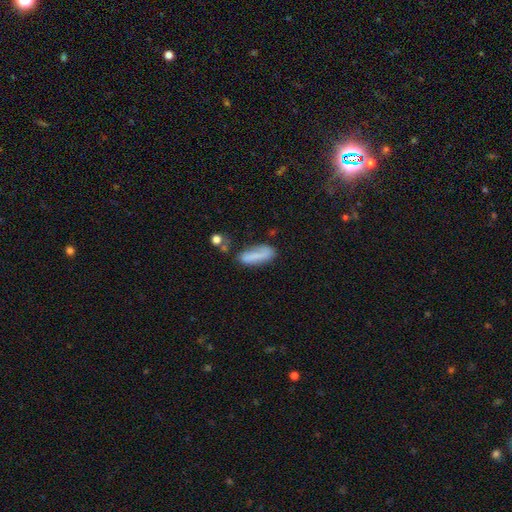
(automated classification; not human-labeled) Smooth or featured? smooth (71%)
How rounded? in between (51%)
Merging? none (54%)